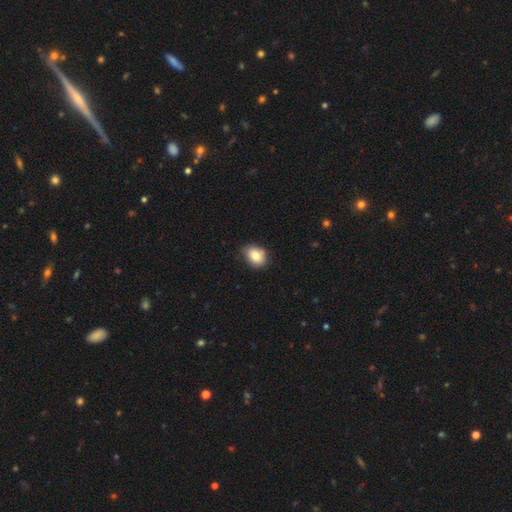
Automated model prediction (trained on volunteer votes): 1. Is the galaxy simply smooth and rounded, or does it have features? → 84% smooth, 8% star or artifact, 8% featured or disk.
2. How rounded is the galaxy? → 63% in between, 36% round, 1% cigar-shaped.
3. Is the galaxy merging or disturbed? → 74% none, 21% minor disturbance, 3% major disturbance, 2% merger.